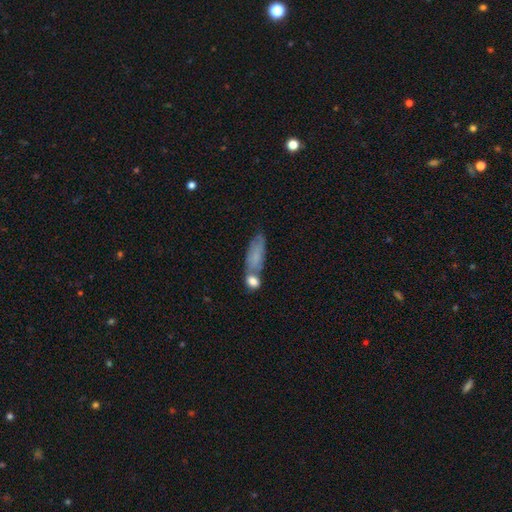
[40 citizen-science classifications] Smooth or featured?
  - smooth: 55% *
  - featured or disk: 40%
  - star or artifact: 5%
How rounded?
  - in between: 55% *
  - cigar-shaped: 36%
  - round: 9%
Merging?
  - none: 42% *
  - merger: 37%
  - major disturbance: 18%
  - minor disturbance: 3%